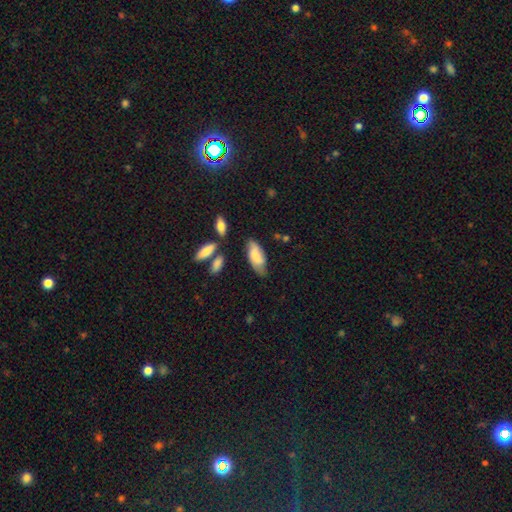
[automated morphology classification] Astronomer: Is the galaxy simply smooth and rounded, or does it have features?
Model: smooth — 71%.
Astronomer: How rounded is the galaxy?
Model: in between — 83%.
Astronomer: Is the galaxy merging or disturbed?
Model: none — 62%.